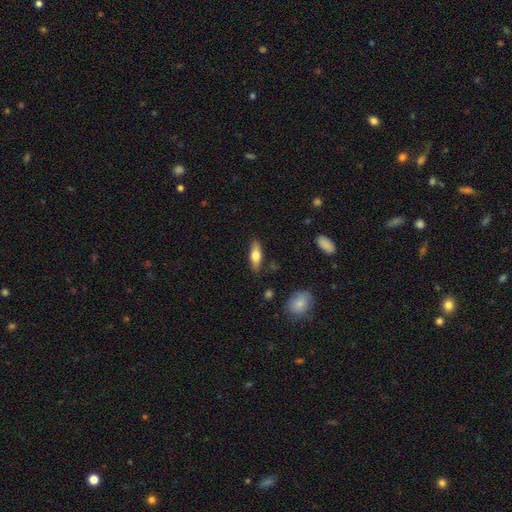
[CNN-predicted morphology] Smooth or featured: smooth — 64% (featured or disk — 30%)
How rounded: in between — 61% (cigar-shaped — 35%)
Merging: none — 83% (minor disturbance — 12%)